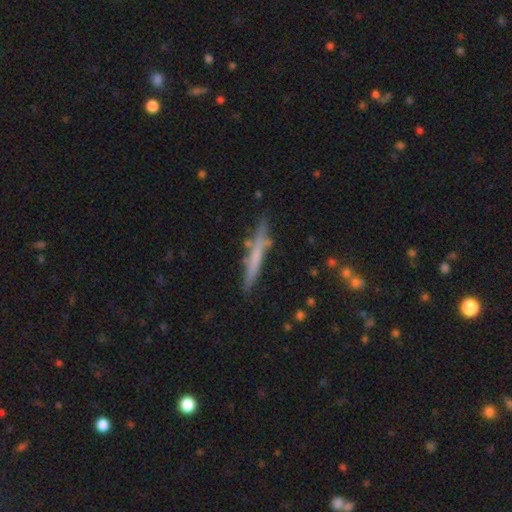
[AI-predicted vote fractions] This appears to be a smooth galaxy with no disk features (50%). Merging: none (78%).